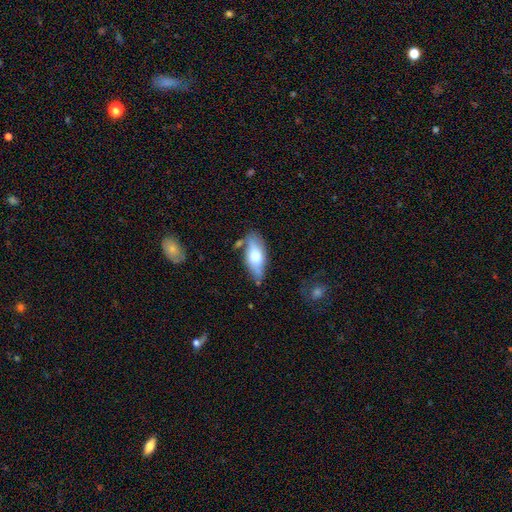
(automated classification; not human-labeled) Smooth or featured? smooth (62%)
How rounded? in between (78%)
Merging? none (69%)